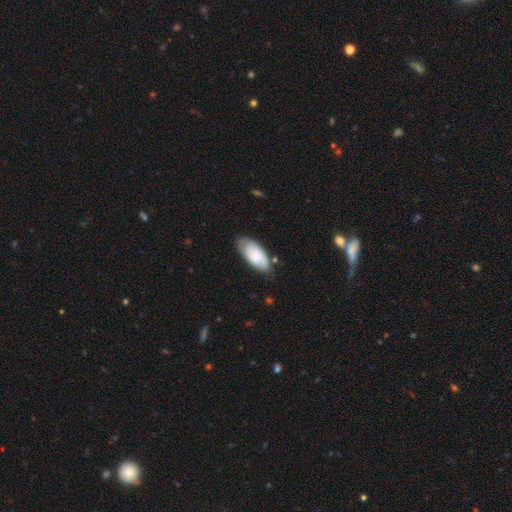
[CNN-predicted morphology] A smooth galaxy with no disk features (72%) that is in between round and cigar-shaped (90%).

Vote fractions:
- Smooth or featured? smooth: 72% / featured or disk: 22% / star or artifact: 6%
- How rounded? in between: 90% / cigar-shaped: 8% / round: 2%
- Merging? none: 71% / minor disturbance: 23% / major disturbance: 4% / merger: 2%